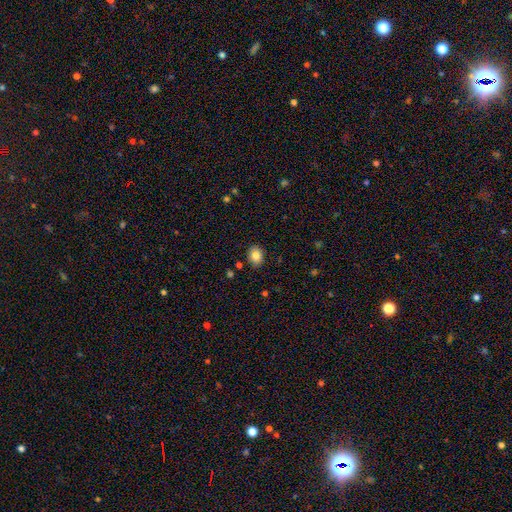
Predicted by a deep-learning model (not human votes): Smooth or featured?
  - smooth: 84% *
  - star or artifact: 9%
  - featured or disk: 7%
How rounded?
  - in between: 59% *
  - round: 40%
  - cigar-shaped: 1%
Merging?
  - none: 87% *
  - minor disturbance: 9%
  - major disturbance: 2%
  - merger: 2%